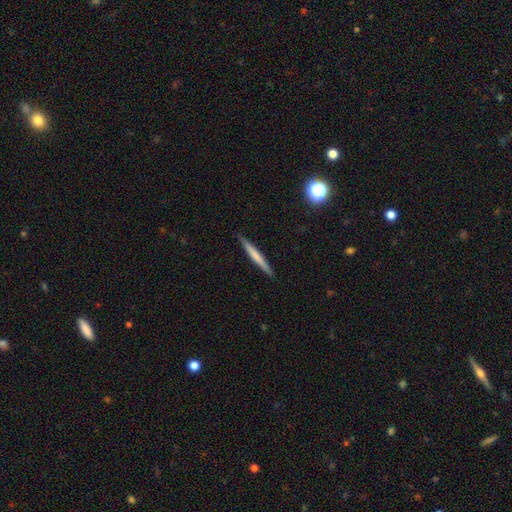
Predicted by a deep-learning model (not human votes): Smooth or featured? Predicted: smooth (p=0.59). How rounded? Predicted: cigar-shaped (p=0.97). Merging? Predicted: none (p=0.91).